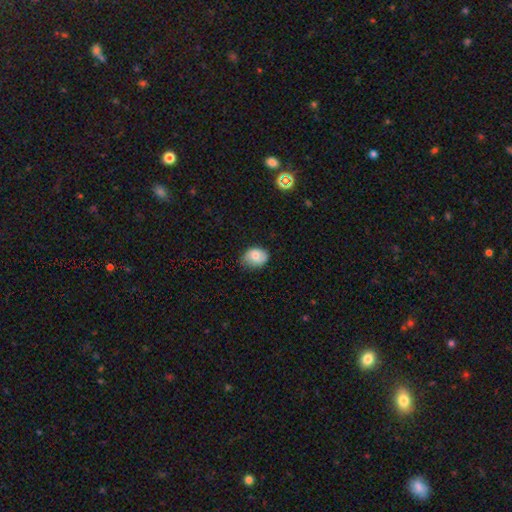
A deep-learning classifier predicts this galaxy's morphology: The model was most divided on "how rounded": in between: 62%, round: 37%, cigar-shaped: 1%. More confident: smooth or featured — smooth (73%); merging — none (66%).